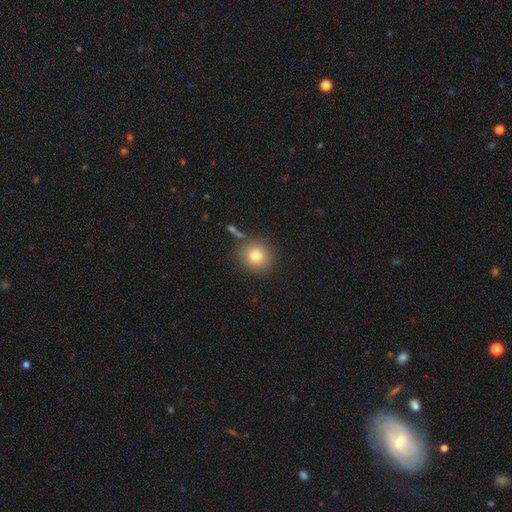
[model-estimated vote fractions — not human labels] Smooth or featured? smooth (78%)
How rounded? round (90%)
Merging? none (82%)